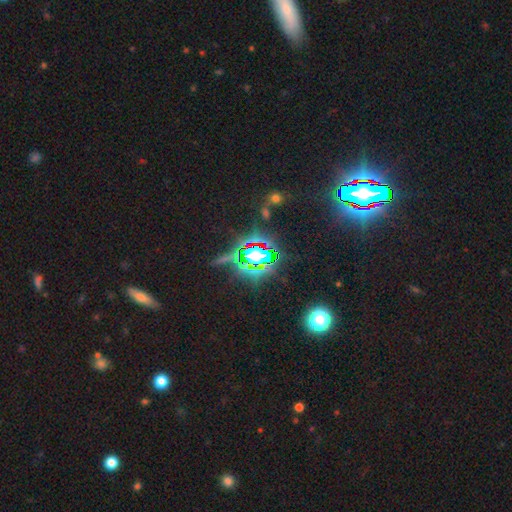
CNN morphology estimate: star or artifact 75%, smooth 14%, featured or disk 11%.